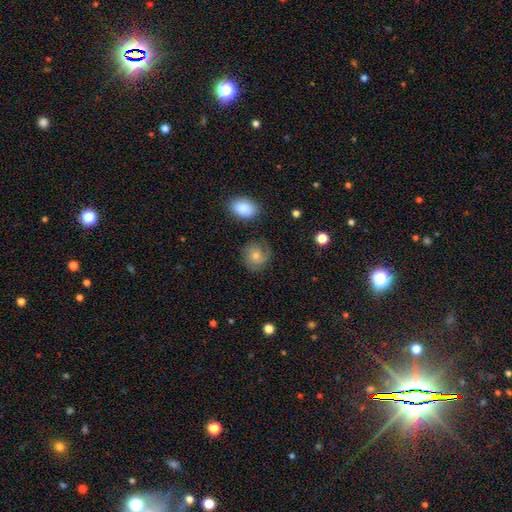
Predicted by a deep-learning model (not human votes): smooth-or-featured: featured or disk: 46% | smooth: 42% | star or artifact: 13%
  merging: none: 74% | minor disturbance: 17% | major disturbance: 7% | merger: 2%